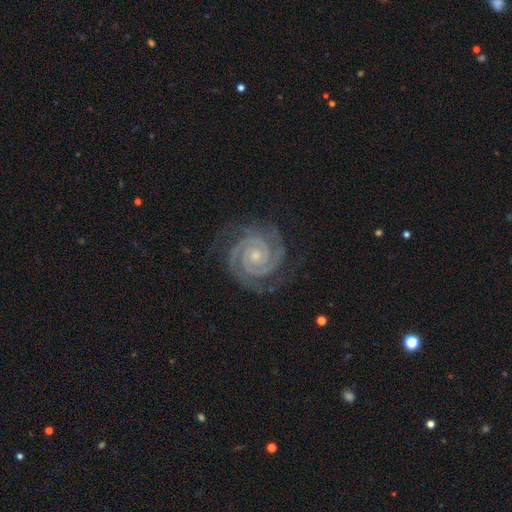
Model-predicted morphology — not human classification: This appears to be a featured or disk galaxy (93%) with no bar (71%), 2 (82%) tight (85%) spiral arms (99%) and a small central bulge (70%). Merging: none (81%).